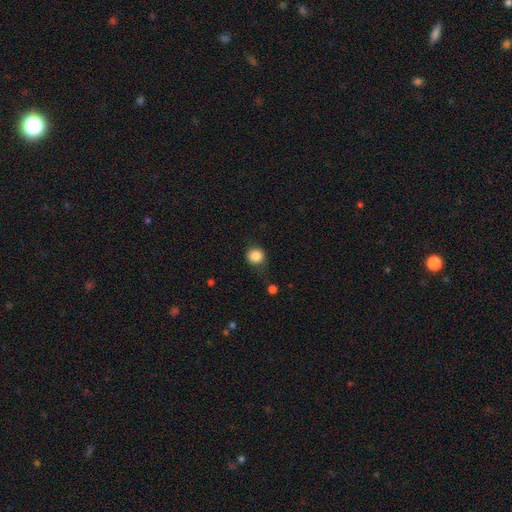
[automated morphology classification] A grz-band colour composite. It shows a smooth galaxy with no disk features (84%) that is round (91%). Merging: none (73%).